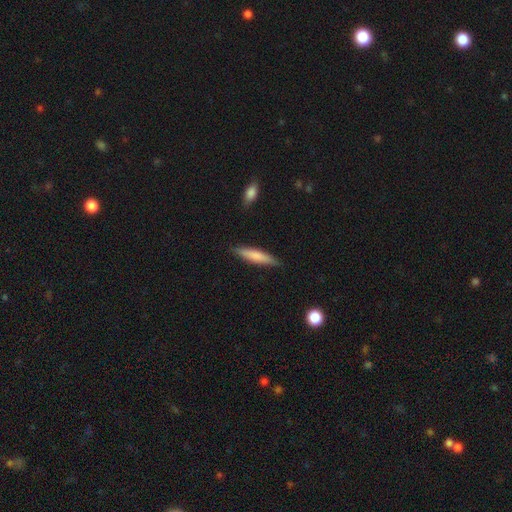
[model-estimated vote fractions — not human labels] smooth_or_featured: smooth (p=0.71) [alt: featured or disk p=0.23]
how_rounded: cigar-shaped (p=0.86) [alt: in between p=0.13]
merging: none (p=0.87) [alt: minor disturbance p=0.10]